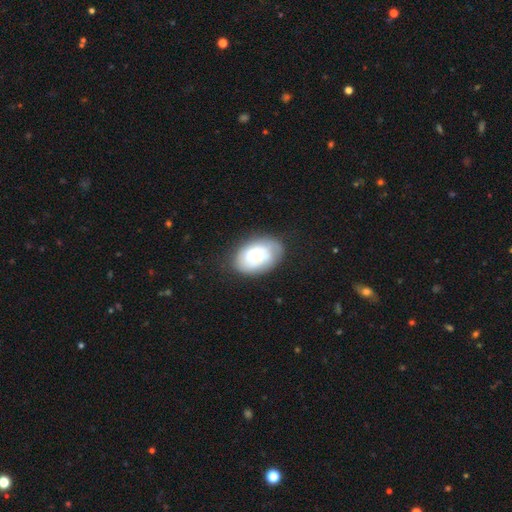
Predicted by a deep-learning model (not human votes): This appears to be a smooth galaxy with no disk features (53%) that is in between round and cigar-shaped (81%). Merging: none (68%).